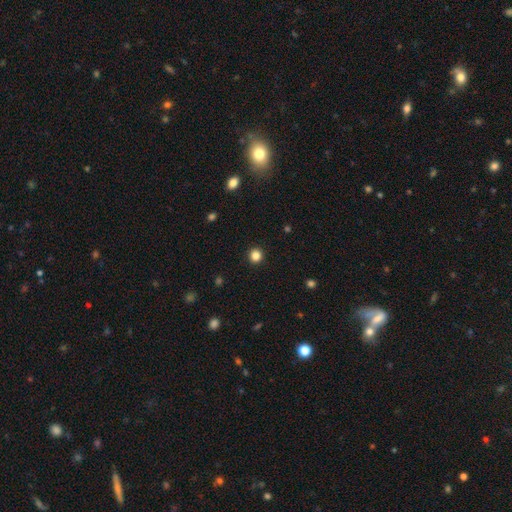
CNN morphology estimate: Smooth or featured? smooth (85%)
How rounded? round (94%)
Merging? none (93%)